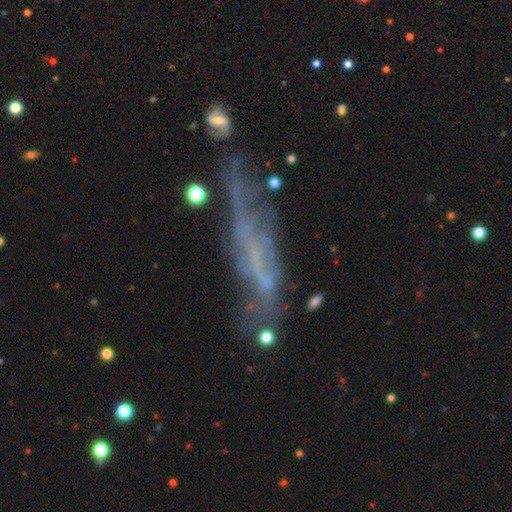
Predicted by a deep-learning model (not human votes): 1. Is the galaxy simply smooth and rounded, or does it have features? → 55% featured or disk, 28% smooth, 17% star or artifact.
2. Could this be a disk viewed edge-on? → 53% yes, 47% no.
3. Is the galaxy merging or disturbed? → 51% none, 23% minor disturbance, 19% major disturbance, 8% merger.